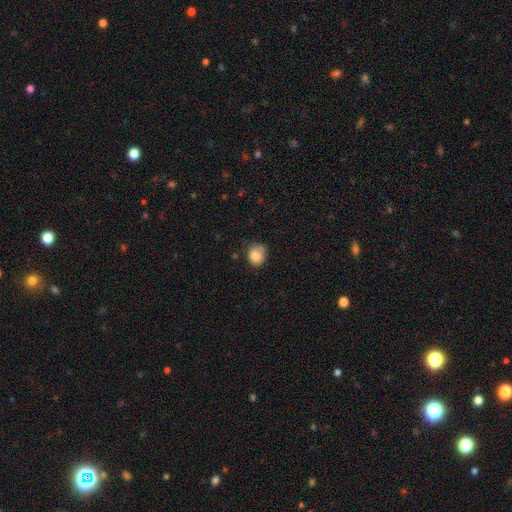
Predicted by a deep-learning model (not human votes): Morphology: type=smooth (83%); roundness=round (69%); merging=none (56%).